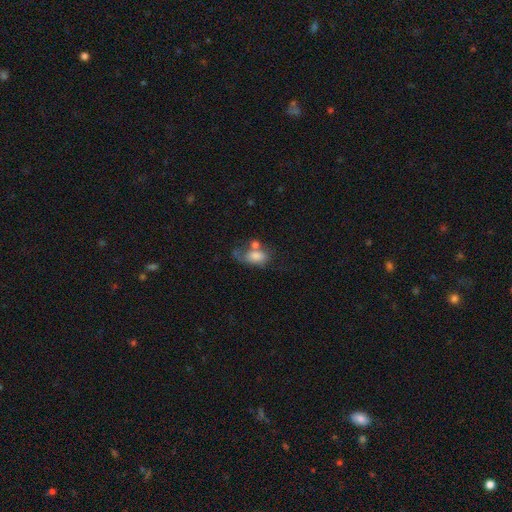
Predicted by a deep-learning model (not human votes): The model was most divided on "merging": merger: 33%, none: 25%, major disturbance: 23%, minor disturbance: 19%. More confident: how rounded — in between (86%); smooth or featured — smooth (71%).